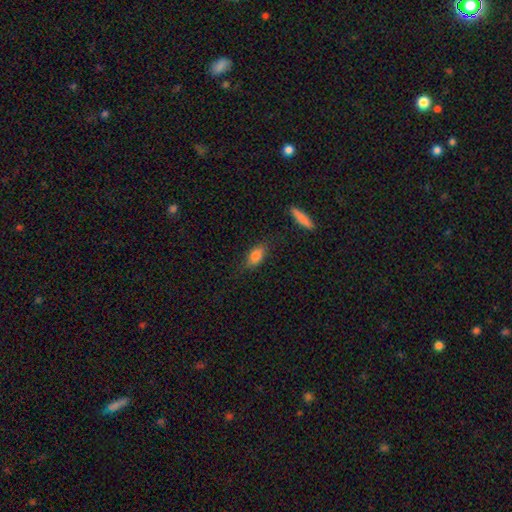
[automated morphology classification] smooth_or_featured: smooth (p=0.82) [alt: featured or disk p=0.09]
how_rounded: in between (p=0.83) [alt: cigar-shaped p=0.09]
merging: none (p=0.77) [alt: minor disturbance p=0.17]